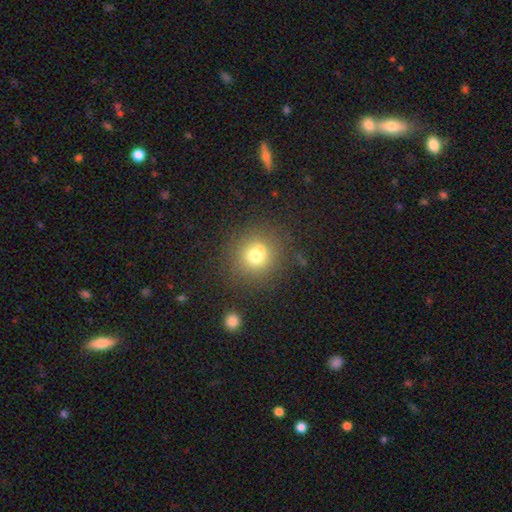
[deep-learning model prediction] Smooth or featured?
  - smooth: 71% *
  - star or artifact: 16%
  - featured or disk: 13%
How rounded?
  - round: 89% *
  - in between: 10%
  - cigar-shaped: 1%
Merging?
  - none: 72% *
  - merger: 12%
  - minor disturbance: 11%
  - major disturbance: 5%